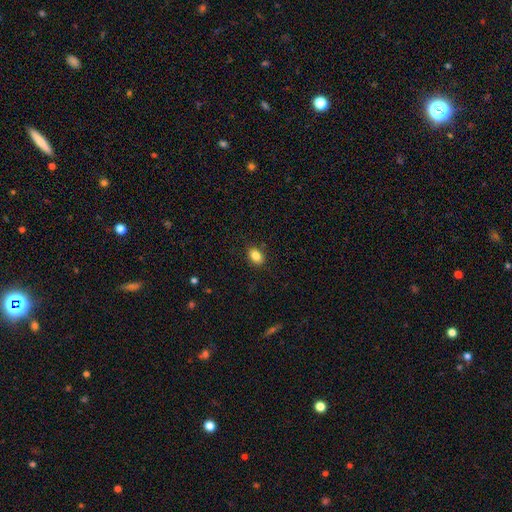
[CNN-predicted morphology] The model was most divided on "how rounded": in between: 78%, round: 20%, cigar-shaped: 1%. More confident: merging — none (86%); smooth or featured — smooth (85%).